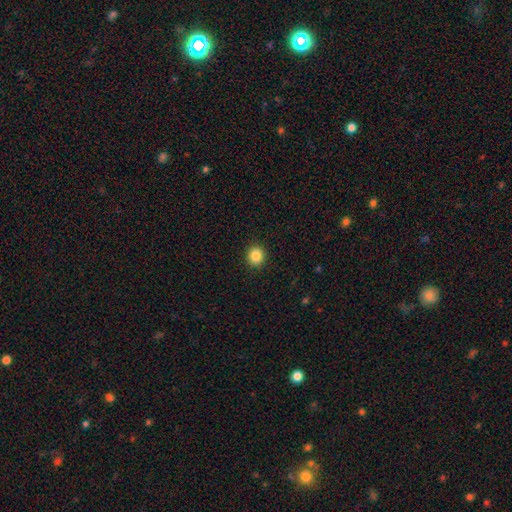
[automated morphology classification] smooth-or-featured: smooth: 86% | star or artifact: 10% | featured or disk: 4%
  how-rounded: round: 87% | in between: 12% | cigar-shaped: 1%
  merging: none: 93% | minor disturbance: 5% | major disturbance: 2% | merger: 1%